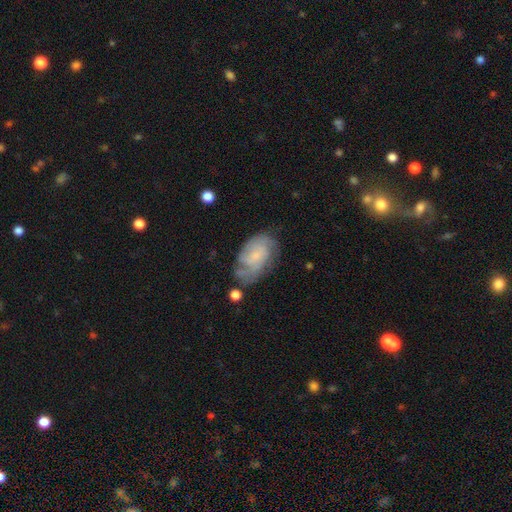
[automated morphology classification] smooth-or-featured: featured or disk: 65% | smooth: 28% | star or artifact: 7%
  disk-edge-on: no: 96% | yes: 4%
    bar: no: 67% | weak: 28% | strong: 4%
    has-spiral-arms: yes: 88% | no: 12%
      spiral-winding: tight: 49% | medium: 36% | loose: 15%
      spiral-arm-count: can't tell: 41% | 2: 26% | 3: 16% | 4: 6% | 1: 6% | more than 4: 4%
    bulge-size: small: 64% | moderate: 16% | none: 16% | large: 3% | dominant: 1%
  merging: none: 57% | minor disturbance: 26% | major disturbance: 14% | merger: 3%